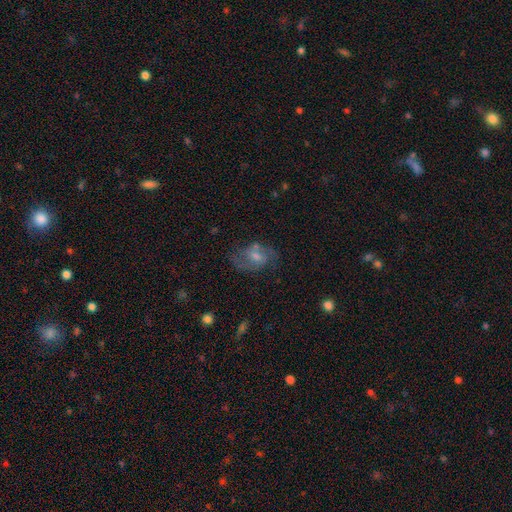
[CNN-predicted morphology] Q: Smooth or featured?
A: featured or disk (67%); runner-up: smooth (21%)
Q: Edge-on disk?
A: no (96%); runner-up: yes (4%)
Q: Bar?
A: weak (49%); runner-up: no (39%)
Q: Spiral arms?
A: yes (86%); runner-up: no (14%)
Q: Spiral winding?
A: medium (52%); runner-up: loose (28%)
Q: Spiral arm count?
A: 2 (81%); runner-up: can't tell (11%)
Q: Bulge size?
A: moderate (48%); runner-up: small (38%)
Q: Merging?
A: none (67%); runner-up: minor disturbance (18%)